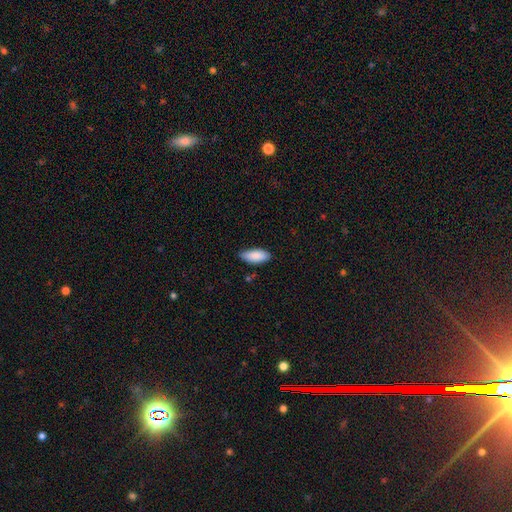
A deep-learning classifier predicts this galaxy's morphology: Q: Smooth or featured?
A: smooth (89%); runner-up: star or artifact (6%)
Q: How rounded?
A: in between (84%); runner-up: cigar-shaped (15%)
Q: Merging?
A: none (79%); runner-up: minor disturbance (17%)